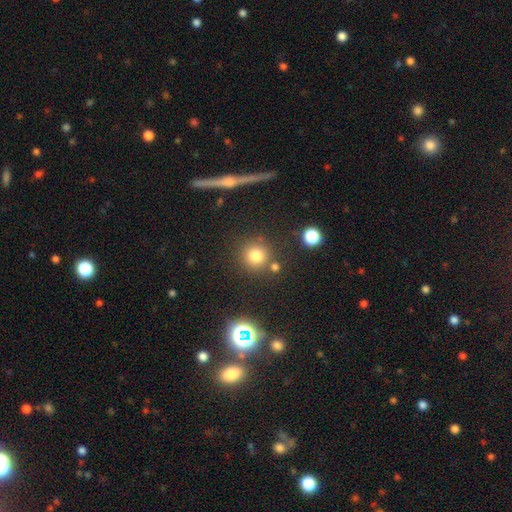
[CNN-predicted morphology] Q: Smooth or featured?
A: smooth (76%); runner-up: star or artifact (17%)
Q: How rounded?
A: round (93%); runner-up: in between (6%)
Q: Merging?
A: none (79%); runner-up: merger (9%)